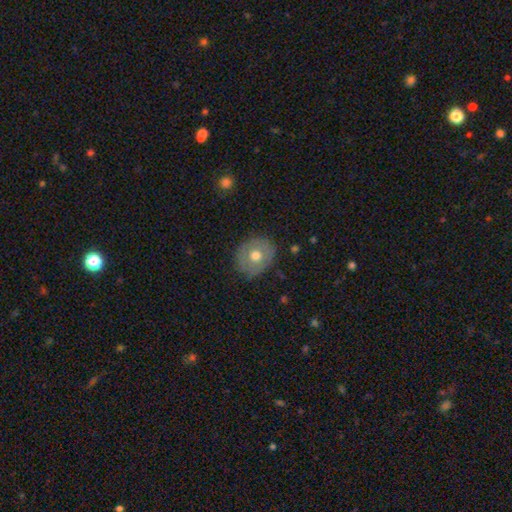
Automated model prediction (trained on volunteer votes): The model was most divided on "smooth or featured": smooth: 60%, featured or disk: 32%, star or artifact: 8%. More confident: merging — none (82%); how rounded — round (75%).